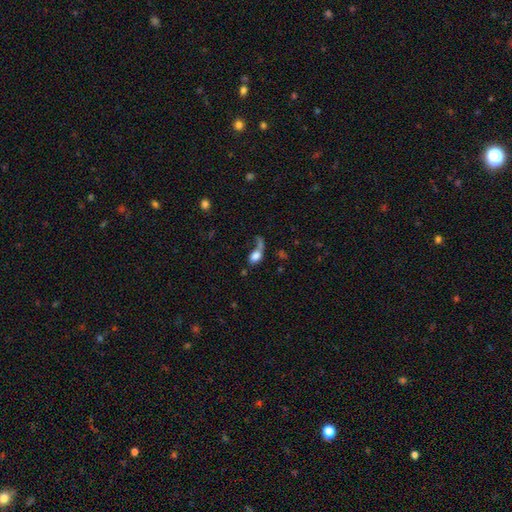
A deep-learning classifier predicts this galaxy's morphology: smooth 70%, featured or disk 19%, star or artifact 11%. Down the decision tree: how rounded — in between (75%); merging — major disturbance (33%).